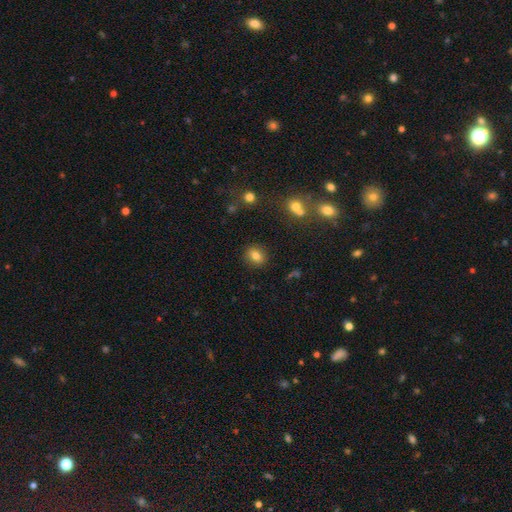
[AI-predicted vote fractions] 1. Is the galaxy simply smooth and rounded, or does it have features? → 79% smooth, 11% star or artifact, 10% featured or disk.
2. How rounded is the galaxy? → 49% in between (tied), 49% round (tied), 2% cigar-shaped.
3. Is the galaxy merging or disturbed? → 87% none, 8% minor disturbance, 3% major disturbance, 3% merger.